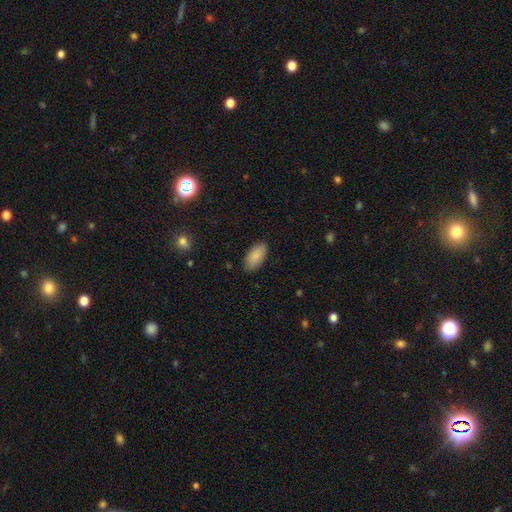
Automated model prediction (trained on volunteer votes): smooth 88%, star or artifact 7%, featured or disk 6%. Down the decision tree: how rounded — in between (93%); merging — none (87%).